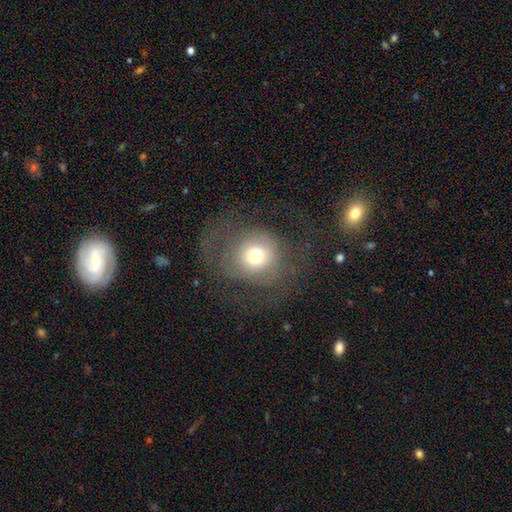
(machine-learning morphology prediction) Overall: smooth (58%; featured or disk 30%). How rounded: round (81%). Merging: none (43%; major disturbance 39%).